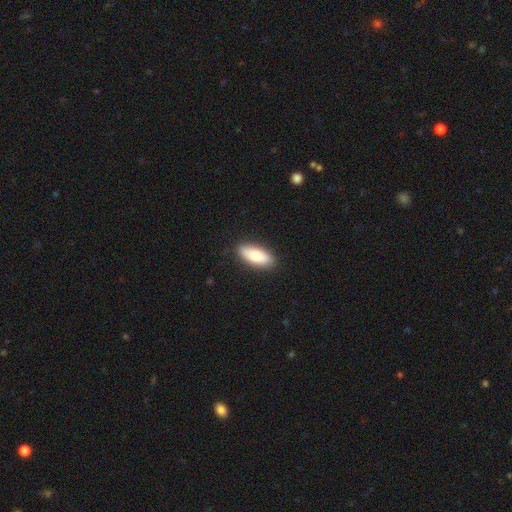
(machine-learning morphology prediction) This is clearly a smooth galaxy (81%). How rounded: likely in between (77%). Merging: clearly none (88%).